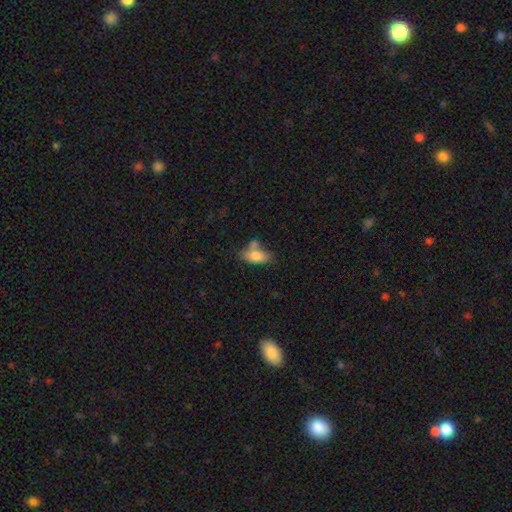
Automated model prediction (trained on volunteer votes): Smooth or featured? smooth (77%)
How rounded? in between (86%)
Merging? none (48%)